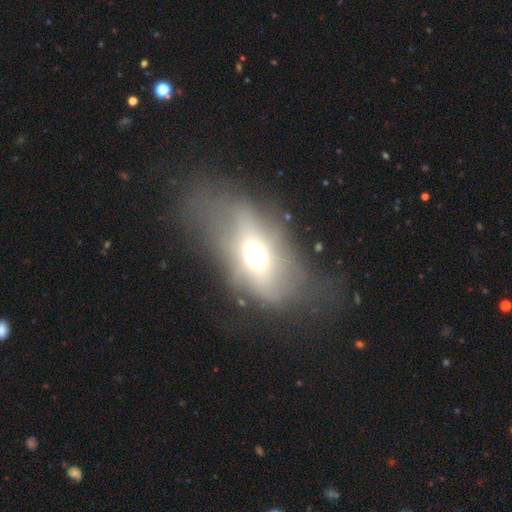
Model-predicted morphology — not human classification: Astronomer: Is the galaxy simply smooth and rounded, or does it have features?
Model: smooth — 46% (runner-up: featured or disk, 35%).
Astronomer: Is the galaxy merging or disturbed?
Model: major disturbance — 38%, tied with none at 38%.